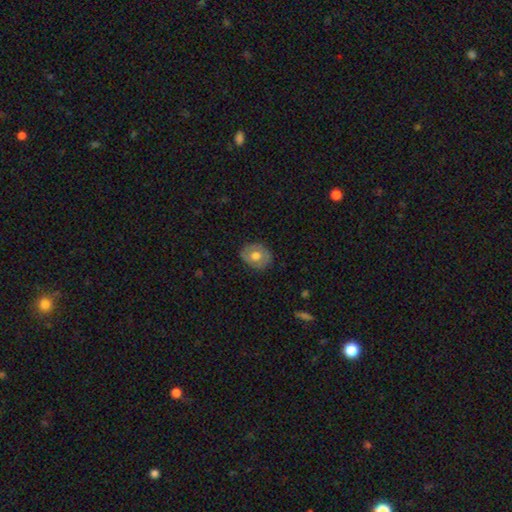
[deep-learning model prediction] Overall: smooth (62%; featured or disk 31%). How rounded: round (55%; in between 44%). Merging: none (82%).